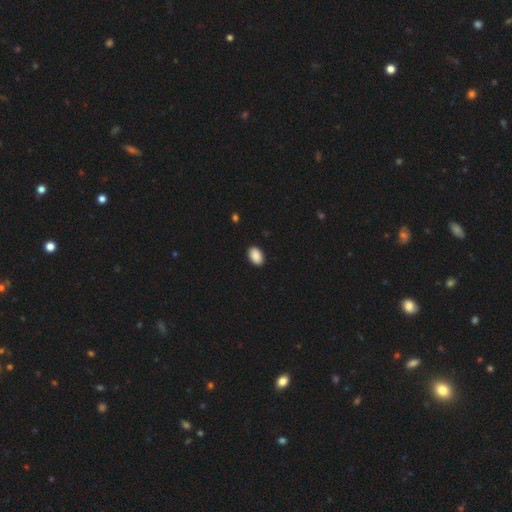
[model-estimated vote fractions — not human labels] Smooth or featured? smooth (90%)
How rounded? in between (89%)
Merging? none (90%)